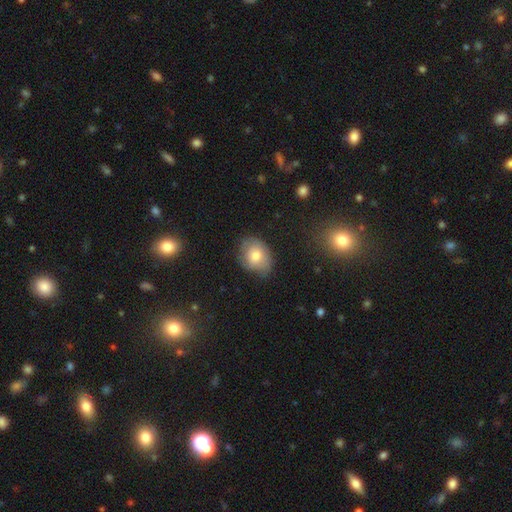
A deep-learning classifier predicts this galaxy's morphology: smooth-or-featured: smooth: 69% | featured or disk: 23% | star or artifact: 9%
  how-rounded: in between: 61% | round: 38% | cigar-shaped: 1%
  merging: none: 62% | minor disturbance: 29% | major disturbance: 7% | merger: 2%